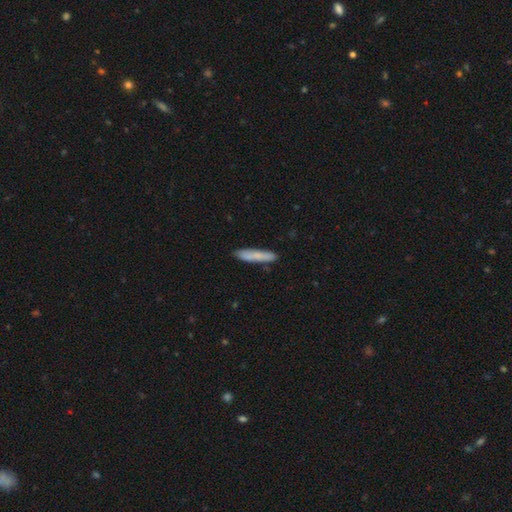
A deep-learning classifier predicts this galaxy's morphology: Smooth or featured? smooth (78%)
How rounded? cigar-shaped (89%)
Merging? none (86%)